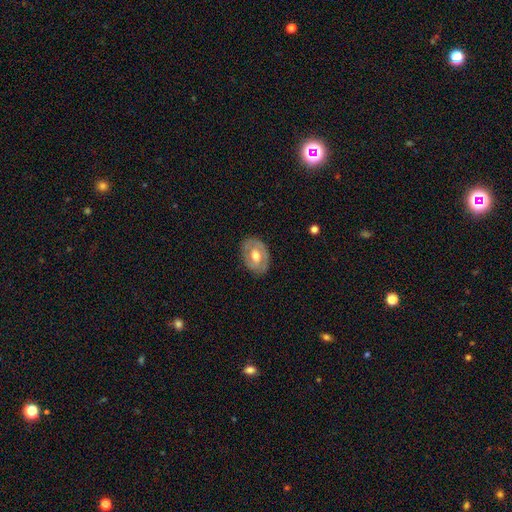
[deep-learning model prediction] This is possibly a featured or disk galaxy (58%). It is clearly not viewed edge-on (94%). Bar: possibly no (52%). Spiral arm pattern: possibly no (54%). Central bulge: likely moderate (69%). Merging: clearly none (80%).